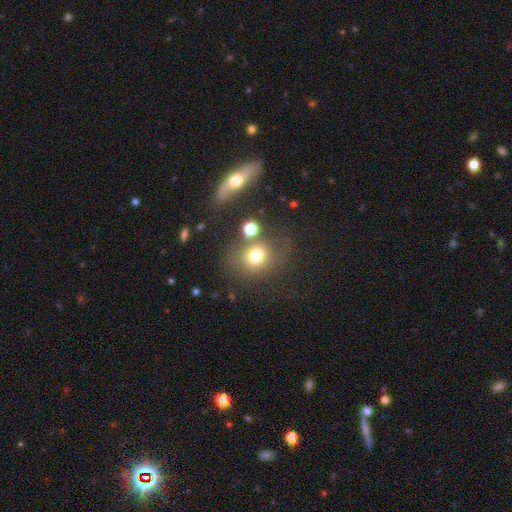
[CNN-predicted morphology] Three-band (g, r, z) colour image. It shows a smooth galaxy with no disk features (73%) that is round (66%). Merging: none (56%).